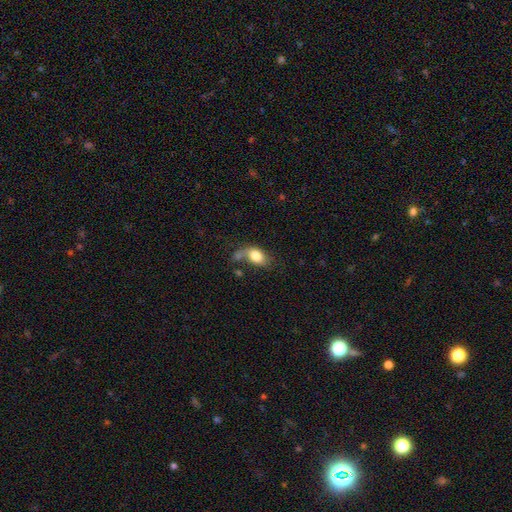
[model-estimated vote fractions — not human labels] Smooth or featured?
  - smooth: 77% *
  - featured or disk: 15%
  - star or artifact: 8%
How rounded?
  - in between: 83% *
  - round: 15%
  - cigar-shaped: 2%
Merging?
  - none: 35% *
  - merger: 24%
  - minor disturbance: 21%
  - major disturbance: 20%